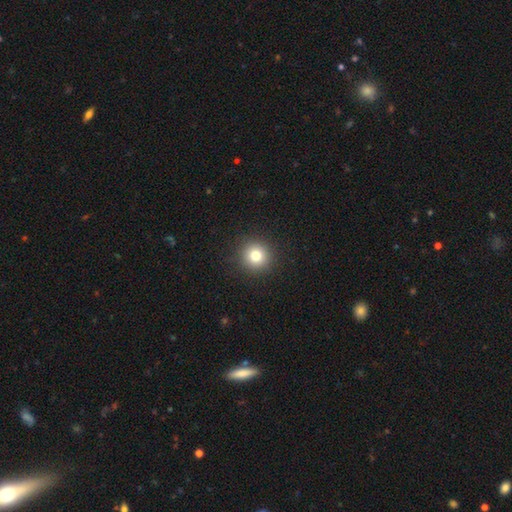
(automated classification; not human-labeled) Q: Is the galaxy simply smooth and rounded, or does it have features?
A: smooth — 79%.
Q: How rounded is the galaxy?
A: round — 94%.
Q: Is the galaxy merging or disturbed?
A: none — 92%.